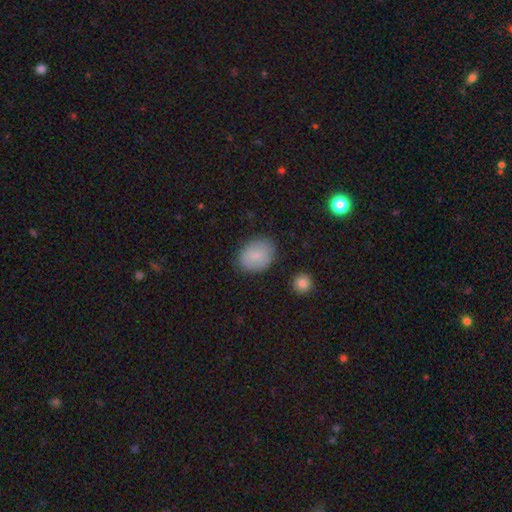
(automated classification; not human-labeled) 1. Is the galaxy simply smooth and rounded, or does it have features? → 82% smooth, 10% featured or disk, 8% star or artifact.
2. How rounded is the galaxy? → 66% in between, 33% round, 1% cigar-shaped.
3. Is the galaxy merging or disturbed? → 82% none, 13% minor disturbance, 3% major disturbance, 2% merger.